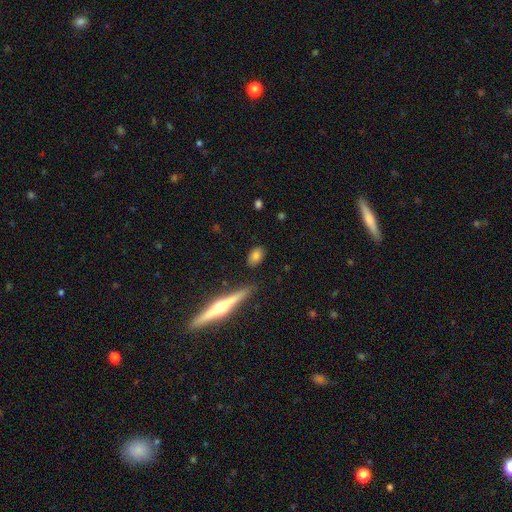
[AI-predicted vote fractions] Smooth or featured: smooth — 76% (featured or disk — 16%)
How rounded: in between — 78% (round — 14%)
Merging: none — 83% (minor disturbance — 12%)